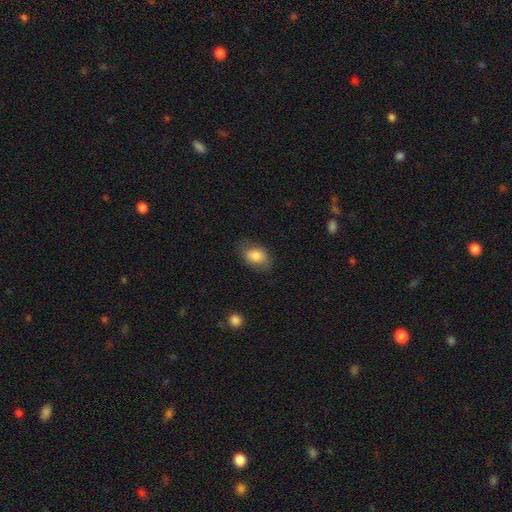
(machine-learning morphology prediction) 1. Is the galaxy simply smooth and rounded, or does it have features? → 79% smooth, 13% featured or disk, 7% star or artifact.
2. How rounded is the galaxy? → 80% in between, 19% round, 1% cigar-shaped.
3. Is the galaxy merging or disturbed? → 71% none, 21% minor disturbance, 7% major disturbance, 1% merger.